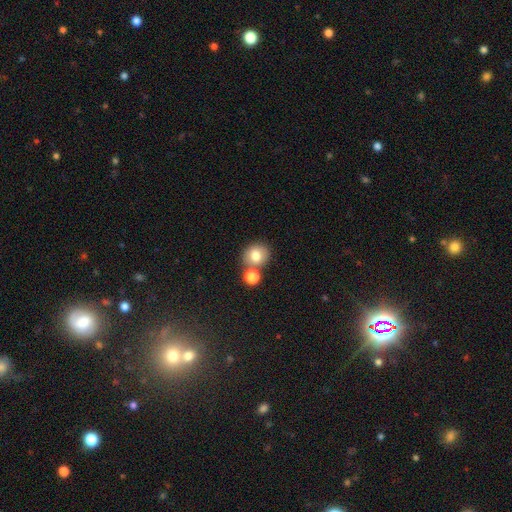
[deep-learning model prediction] Smooth or featured? Predicted: smooth (p=0.80). How rounded? Predicted: round (p=0.79). Merging? Predicted: none (p=0.62).